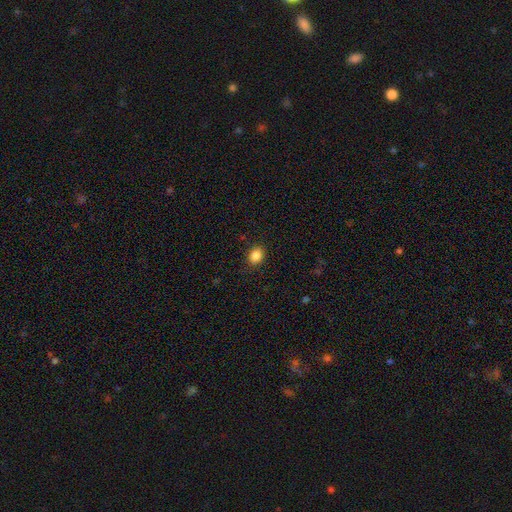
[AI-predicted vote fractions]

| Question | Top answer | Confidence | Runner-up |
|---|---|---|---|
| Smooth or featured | smooth | 86% | star or artifact (10%) |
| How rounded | in between | 51% | round (48%) |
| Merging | none | 88% | minor disturbance (9%) |